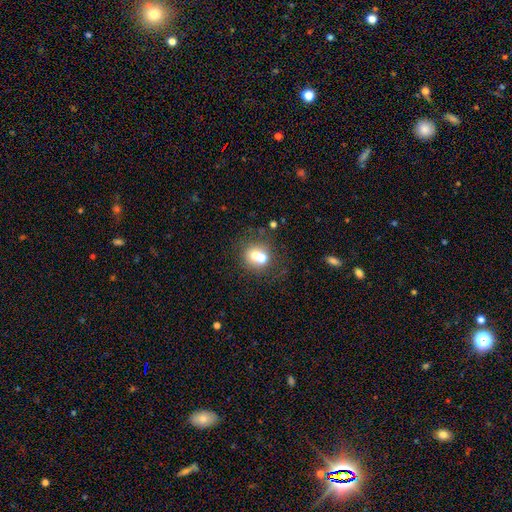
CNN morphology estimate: Smooth or featured? smooth (64%)
How rounded? round (77%)
Merging? merger (47%)